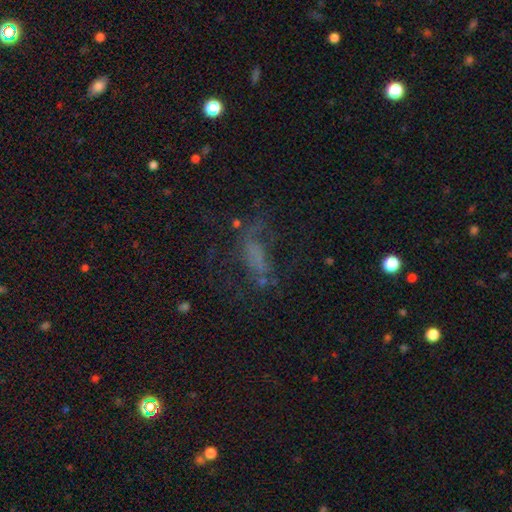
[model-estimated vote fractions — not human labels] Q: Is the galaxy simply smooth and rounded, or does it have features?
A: featured or disk — 40%.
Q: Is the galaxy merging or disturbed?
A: none — 41%.